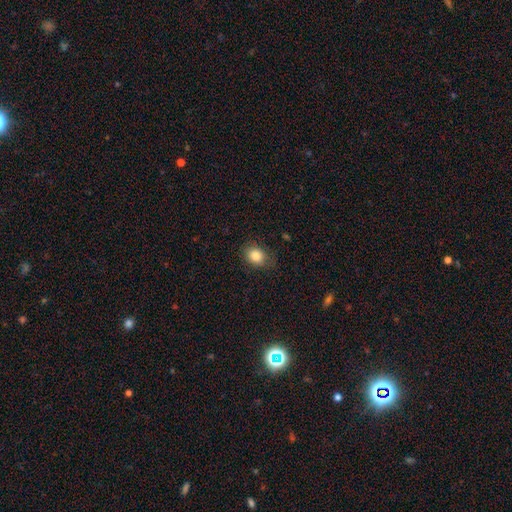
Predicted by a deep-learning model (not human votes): Smooth or featured? smooth (85%)
How rounded? in between (55%)
Merging? none (79%)